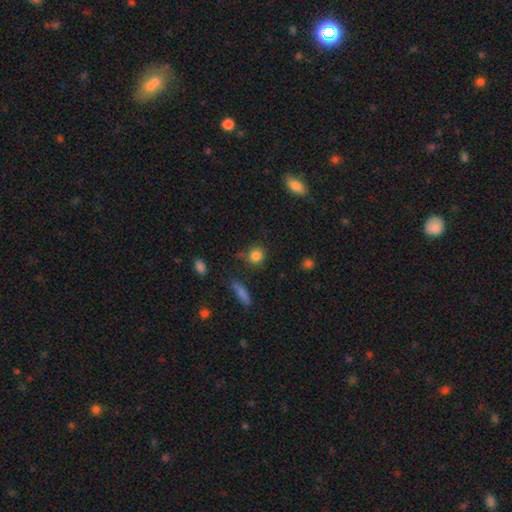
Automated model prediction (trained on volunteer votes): Morphology: type=smooth (84%); roundness=round (82%); merging=none (77%).